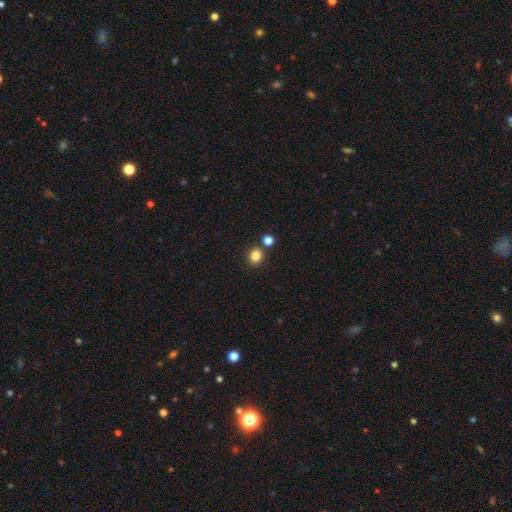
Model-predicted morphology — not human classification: Smooth or featured? smooth (83%)
How rounded? round (63%)
Merging? none (77%)